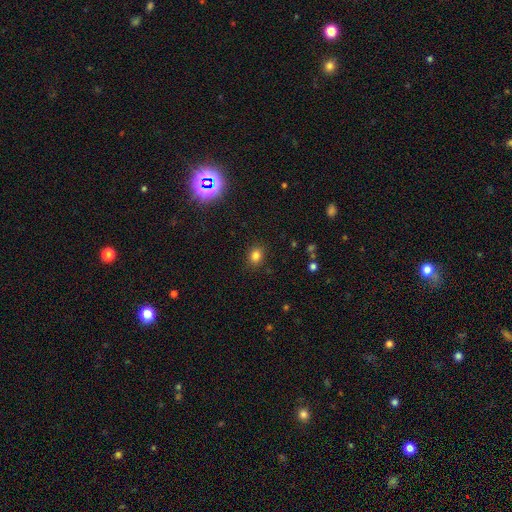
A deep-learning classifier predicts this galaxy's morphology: smooth-or-featured: smooth: 80% | star or artifact: 14% | featured or disk: 6%
  how-rounded: round: 54% | in between: 45% | cigar-shaped: 1%
  merging: none: 87% | minor disturbance: 9% | major disturbance: 3% | merger: 1%